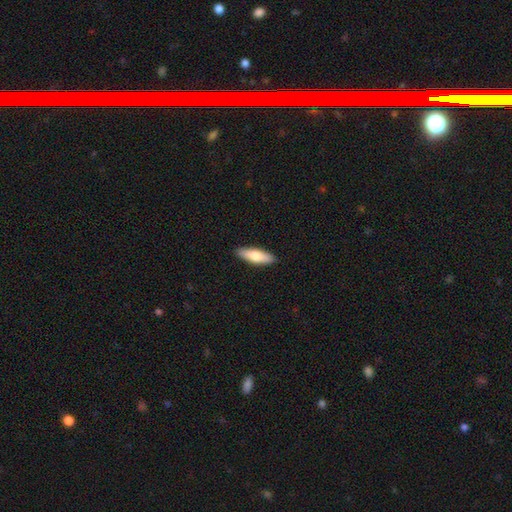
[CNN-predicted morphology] Smooth or featured? smooth (73%)
How rounded? in between (51%)
Merging? none (90%)